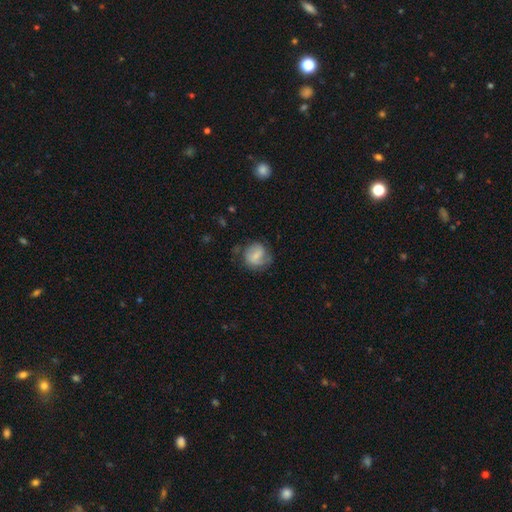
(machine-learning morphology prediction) smooth 47%, featured or disk 45%, star or artifact 8%. Down the decision tree: merging — none (56%).